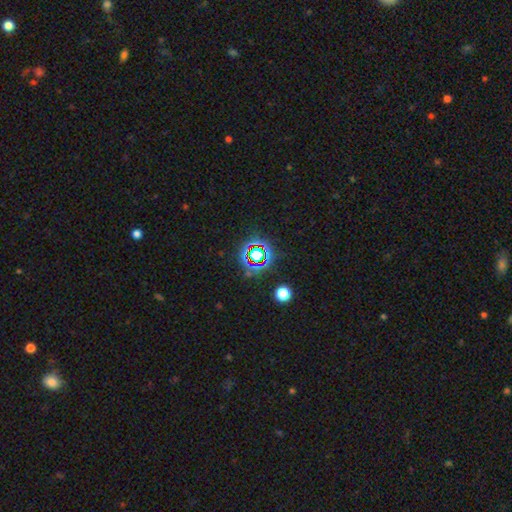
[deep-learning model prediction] Smooth or featured?
  - star or artifact: 70% *
  - smooth: 19%
  - featured or disk: 11%